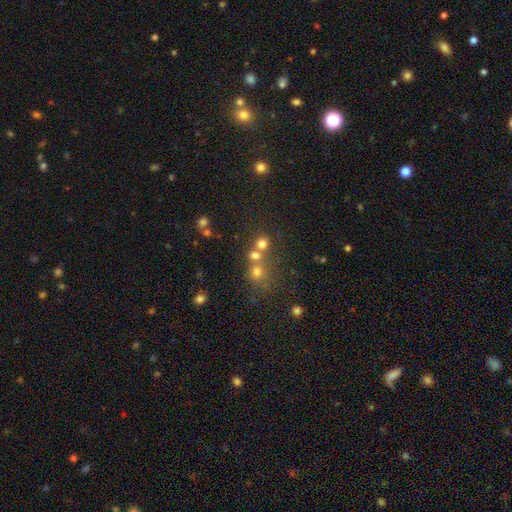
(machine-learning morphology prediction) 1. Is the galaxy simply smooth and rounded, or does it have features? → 63% smooth, 25% star or artifact, 12% featured or disk.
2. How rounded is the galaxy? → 86% round, 13% in between, 1% cigar-shaped.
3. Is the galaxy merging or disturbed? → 51% none, 39% merger, 6% minor disturbance, 4% major disturbance.